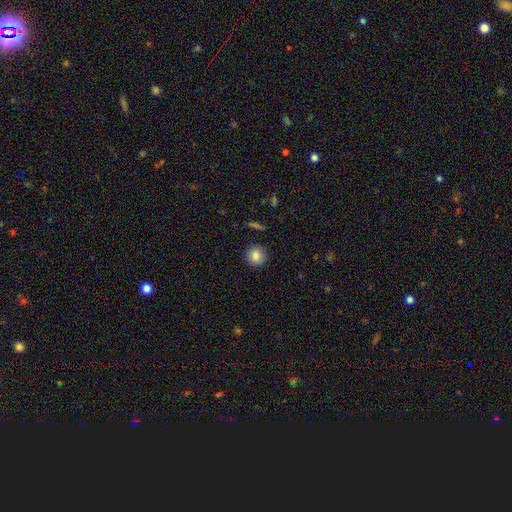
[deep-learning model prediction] This is clearly a smooth galaxy (85%). How rounded: clearly round (91%). Merging: clearly none (90%).